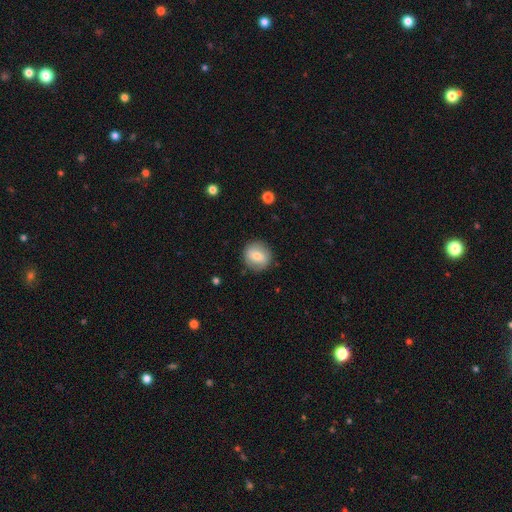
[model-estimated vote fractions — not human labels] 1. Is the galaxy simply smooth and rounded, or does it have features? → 74% smooth, 18% featured or disk, 8% star or artifact.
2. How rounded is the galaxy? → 89% round, 10% in between, 1% cigar-shaped.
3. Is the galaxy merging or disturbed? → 87% none, 9% minor disturbance, 3% major disturbance, 1% merger.